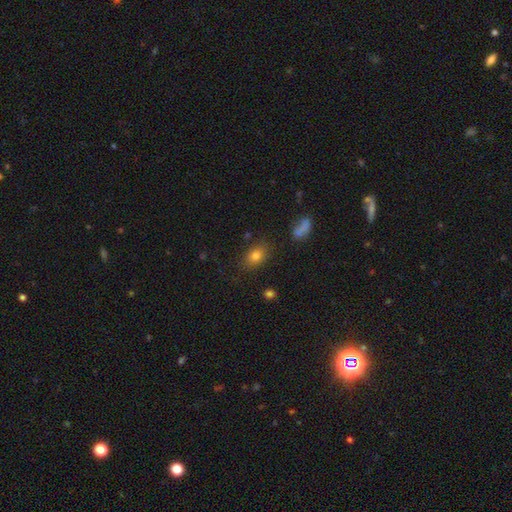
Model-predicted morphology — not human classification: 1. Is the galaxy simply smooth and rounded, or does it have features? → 79% smooth, 11% star or artifact, 9% featured or disk.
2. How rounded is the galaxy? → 71% in between, 27% round, 2% cigar-shaped.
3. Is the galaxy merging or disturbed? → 81% none, 12% minor disturbance, 4% major disturbance, 3% merger.